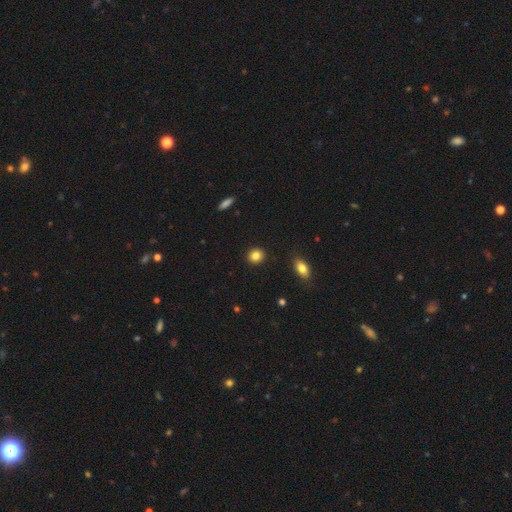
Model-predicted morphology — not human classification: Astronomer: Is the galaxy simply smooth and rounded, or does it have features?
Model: smooth — 84%.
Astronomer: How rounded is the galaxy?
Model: round — 83%.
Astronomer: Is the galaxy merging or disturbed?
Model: none — 92%.